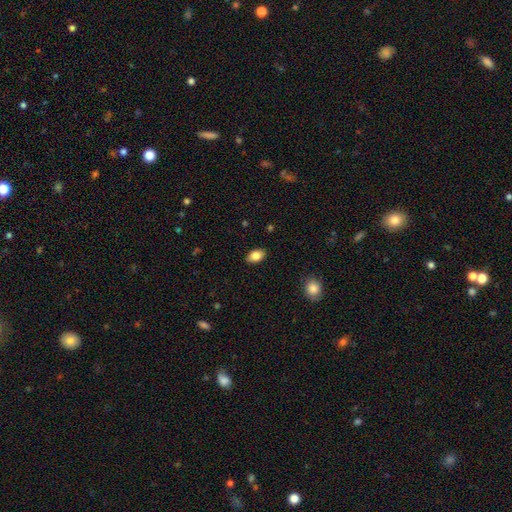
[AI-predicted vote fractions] smooth 84%, featured or disk 8%, star or artifact 8%. Down the decision tree: how rounded — in between (89%); merging — none (87%).